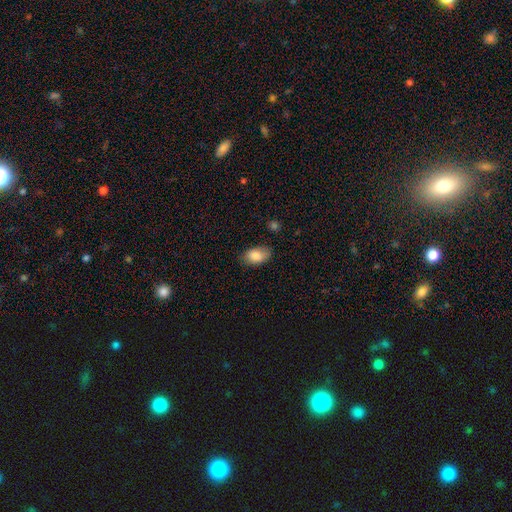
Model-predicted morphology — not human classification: The model was most divided on "merging": none: 78%, minor disturbance: 17%, major disturbance: 3%, merger: 2%. More confident: how rounded — in between (92%); smooth or featured — smooth (85%).